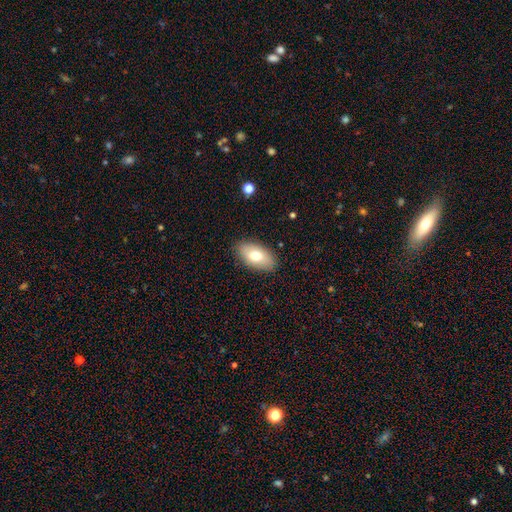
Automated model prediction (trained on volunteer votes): The model was most divided on "smooth or featured": smooth: 73%, featured or disk: 20%, star or artifact: 7%. More confident: how rounded — in between (93%); merging — none (87%).